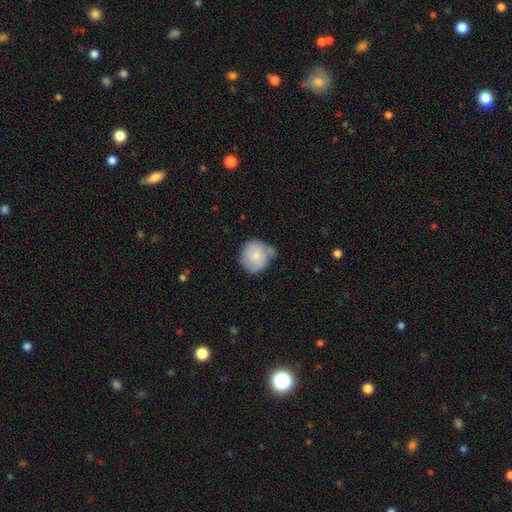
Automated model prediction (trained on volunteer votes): A smooth galaxy with no disk features (70%) that is round (86%).

Vote fractions:
- Smooth or featured? smooth: 70% / featured or disk: 24% / star or artifact: 6%
- How rounded? round: 86% / in between: 13% / cigar-shaped: 1%
- Merging? none: 49% / minor disturbance: 32% / merger: 10% / major disturbance: 8%